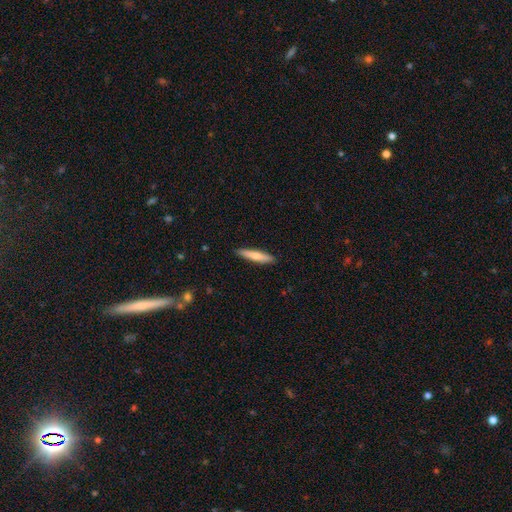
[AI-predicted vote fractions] smooth 62%, featured or disk 32%, star or artifact 5%. Down the decision tree: how rounded — cigar-shaped (89%); merging — none (90%).